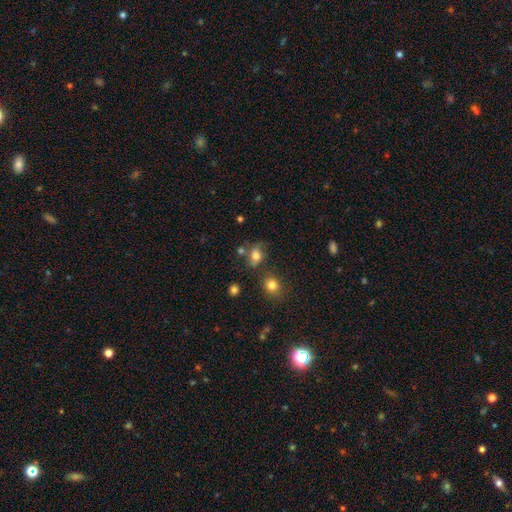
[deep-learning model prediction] This appears to be a smooth galaxy with no disk features (72%) that is in between round and cigar-shaped (60%). Merging: none (53%).